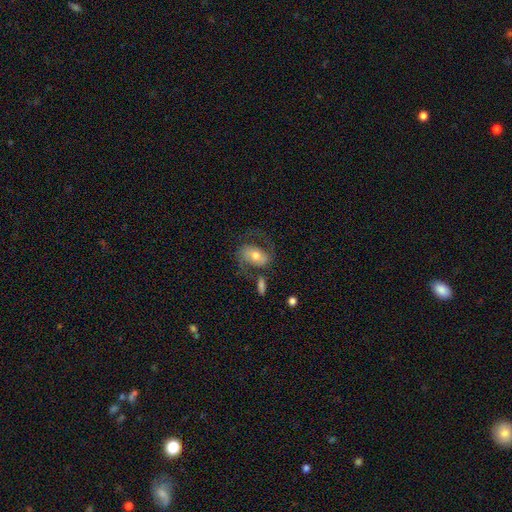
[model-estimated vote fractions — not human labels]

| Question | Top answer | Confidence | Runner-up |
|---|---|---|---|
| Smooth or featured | featured or disk | 65% | smooth (28%) |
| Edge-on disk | no | 96% | yes (4%) |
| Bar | no | 43% | weak (33%) |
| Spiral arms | yes | 84% | no (16%) |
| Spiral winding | medium | 47% | loose (37%) |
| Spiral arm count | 2 | 86% | can't tell (6%) |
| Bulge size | moderate | 66% | small (22%) |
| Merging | none | 54% | major disturbance (20%) |